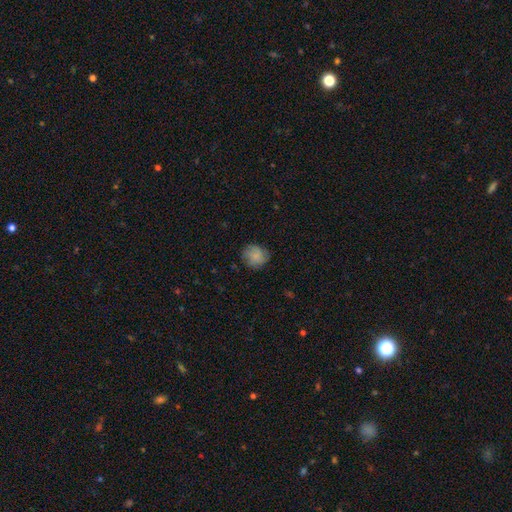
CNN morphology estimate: Smooth or featured? smooth (78%)
How rounded? round (84%)
Merging? none (77%)